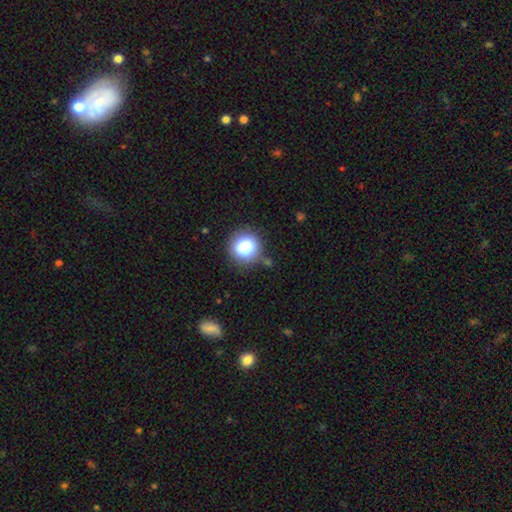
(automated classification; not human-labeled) Smooth or featured? Predicted: smooth (p=0.83). How rounded? Predicted: round (p=0.88). Merging? Predicted: none (p=0.85).